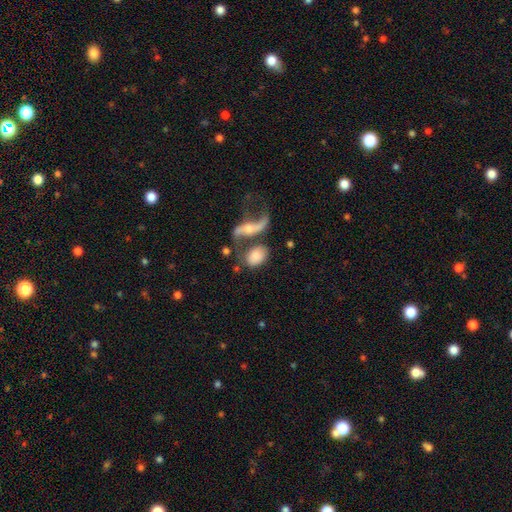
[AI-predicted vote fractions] The model was most divided on "merging": none: 40%, merger: 33%, minor disturbance: 14%, major disturbance: 13%. More confident: how rounded — in between (80%); smooth or featured — smooth (56%).